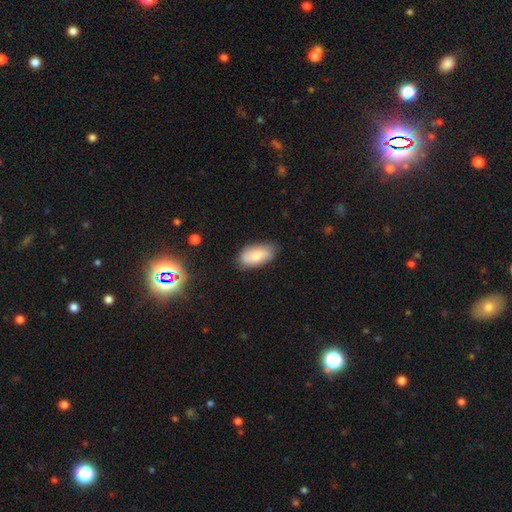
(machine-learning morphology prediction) A smooth galaxy with no disk features (79%) that is in between round and cigar-shaped (93%).

Vote fractions:
- Smooth or featured? smooth: 79% / featured or disk: 15% / star or artifact: 7%
- How rounded? in between: 93% / cigar-shaped: 4% / round: 3%
- Merging? none: 76% / minor disturbance: 19% / major disturbance: 3% / merger: 1%